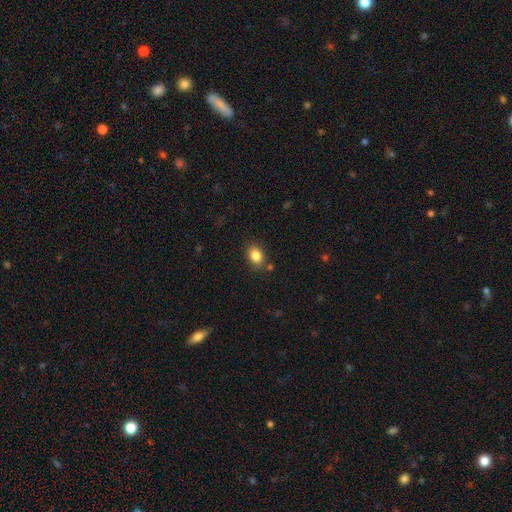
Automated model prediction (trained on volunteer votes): smooth 84%, star or artifact 9%, featured or disk 6%. Down the decision tree: how rounded — in between (68%); merging — none (80%).